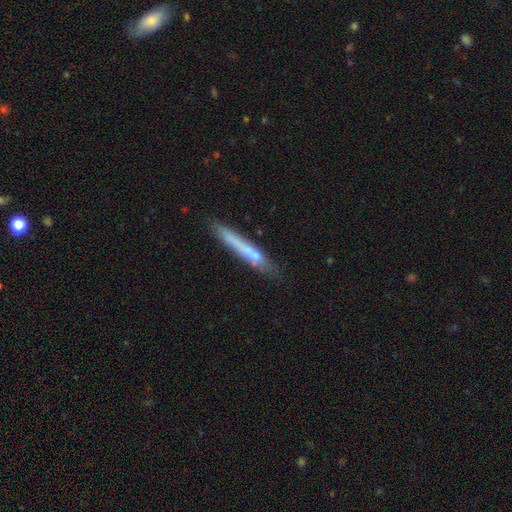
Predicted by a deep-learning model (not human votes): Smooth or featured?
  - smooth: 54% *
  - featured or disk: 37%
  - star or artifact: 8%
How rounded?
  - cigar-shaped: 95% *
  - in between: 3%
  - round: 1%
Merging?
  - none: 74% *
  - minor disturbance: 16%
  - merger: 5%
  - major disturbance: 4%